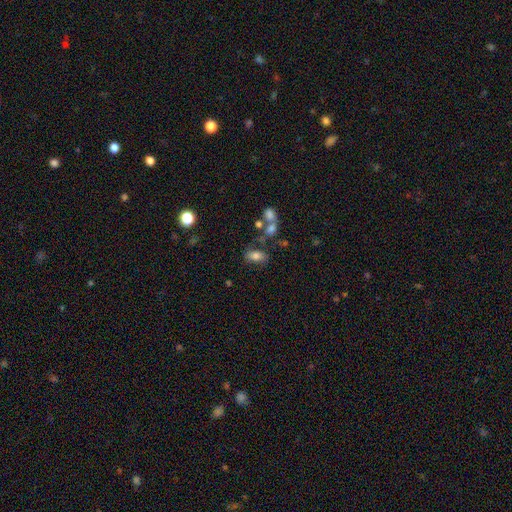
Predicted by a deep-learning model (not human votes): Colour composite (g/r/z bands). It shows a smooth galaxy with no disk features (70%) that is in between round and cigar-shaped (86%). Merging: none (53%).